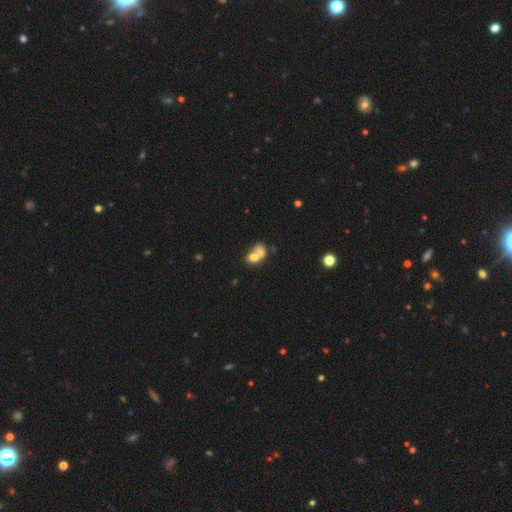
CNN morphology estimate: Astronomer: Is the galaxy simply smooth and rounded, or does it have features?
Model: smooth — 65%.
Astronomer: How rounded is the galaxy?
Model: in between — 51% (runner-up: round, 48%).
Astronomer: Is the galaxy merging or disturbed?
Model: merger — 70%.